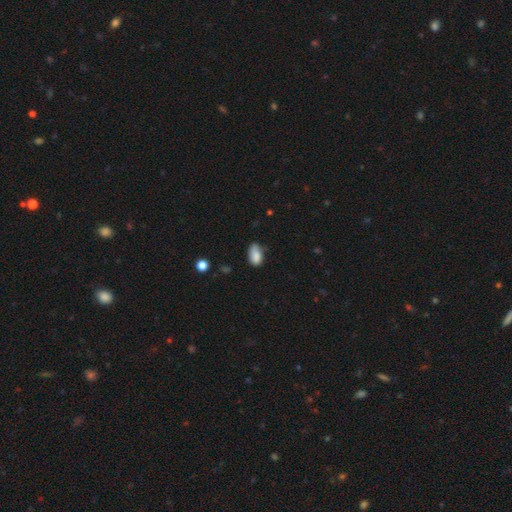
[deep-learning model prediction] A smooth galaxy with no disk features (84%) that is in between round and cigar-shaped (91%). Merging: none (51%).